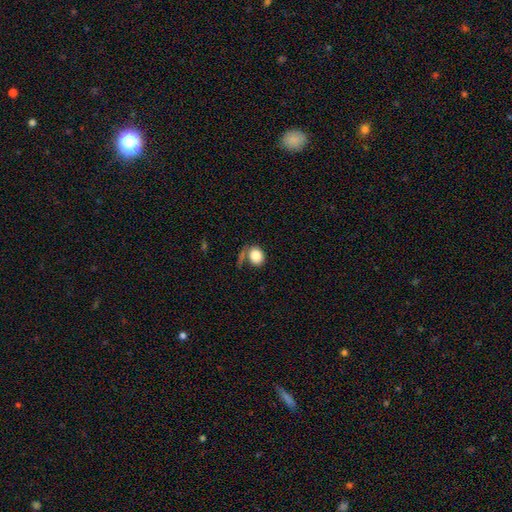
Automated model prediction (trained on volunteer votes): Overall: smooth (83%). How rounded: round (56%; in between 43%). Merging: none (56%; minor disturbance 17%).